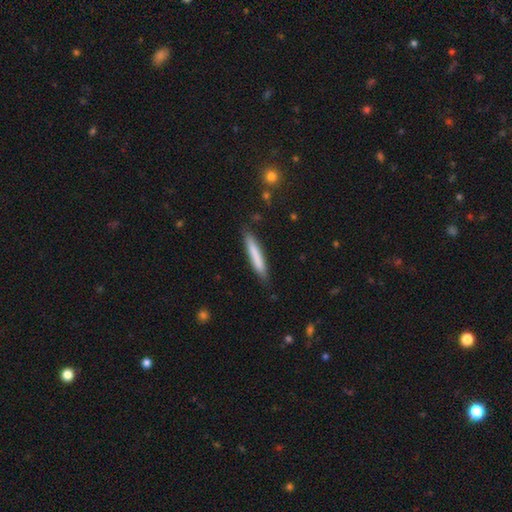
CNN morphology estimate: Smooth or featured? Predicted: smooth (p=0.77). How rounded? Predicted: cigar-shaped (p=0.93). Merging? Predicted: none (p=0.86).